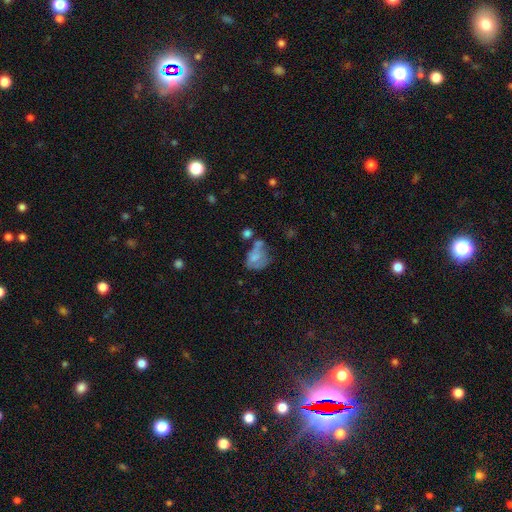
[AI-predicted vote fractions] smooth-or-featured: smooth: 55% | featured or disk: 33% | star or artifact: 12%
  how-rounded: in between: 67% | round: 32% | cigar-shaped: 2%
  merging: major disturbance: 28% | merger: 26% | none: 24% | minor disturbance: 22%